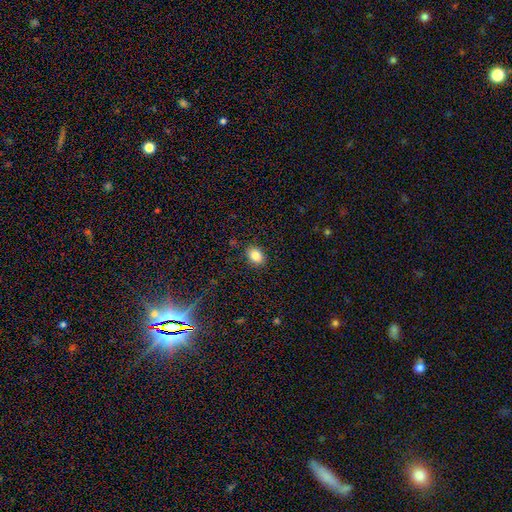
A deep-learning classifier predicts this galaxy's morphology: The model was most divided on "how rounded": in between: 68%, round: 31%, cigar-shaped: 1%. More confident: merging — none (88%); smooth or featured — smooth (84%).